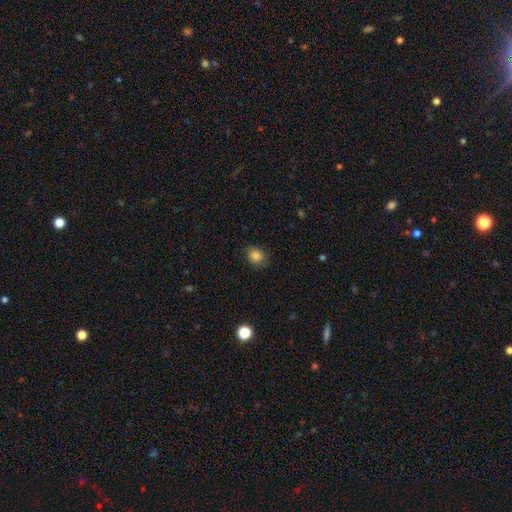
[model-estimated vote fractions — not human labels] Smooth or featured? Predicted: smooth (p=0.85). How rounded? Predicted: round (p=0.59). Merging? Predicted: none (p=0.83).